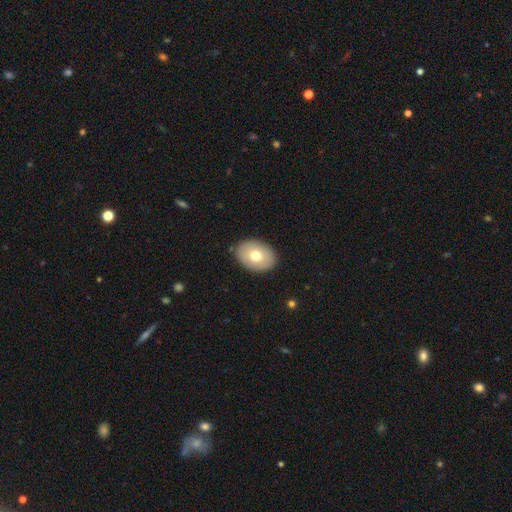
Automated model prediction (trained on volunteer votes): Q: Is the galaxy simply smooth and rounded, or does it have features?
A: smooth — 70%.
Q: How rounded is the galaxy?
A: in between — 78%.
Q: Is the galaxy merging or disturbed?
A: none — 88%.